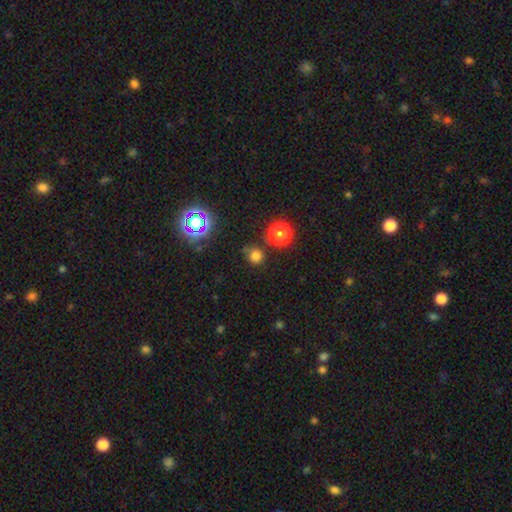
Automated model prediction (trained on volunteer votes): Smooth or featured? Predicted: smooth (p=0.71). How rounded? Predicted: round (p=0.91). Merging? Predicted: none (p=0.78).